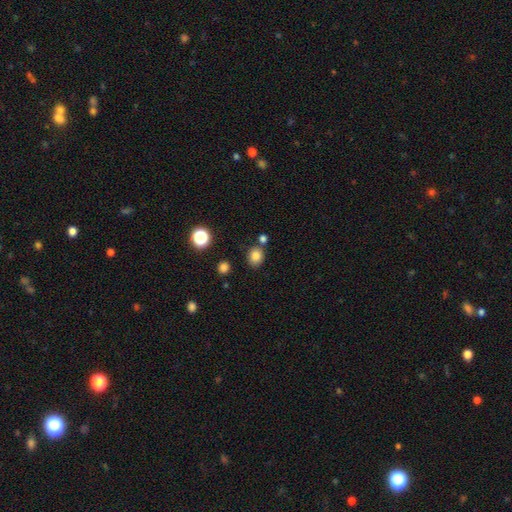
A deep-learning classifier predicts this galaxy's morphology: This is clearly a smooth galaxy (82%). How rounded: likely round (63%). Merging: likely none (77%).